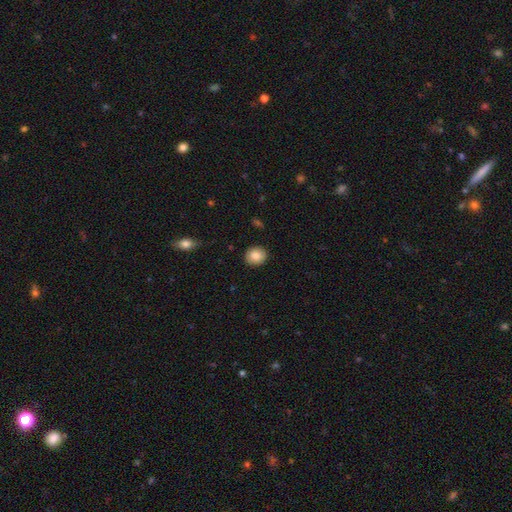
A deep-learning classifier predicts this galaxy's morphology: Smooth or featured? smooth (87%)
How rounded? round (76%)
Merging? none (90%)